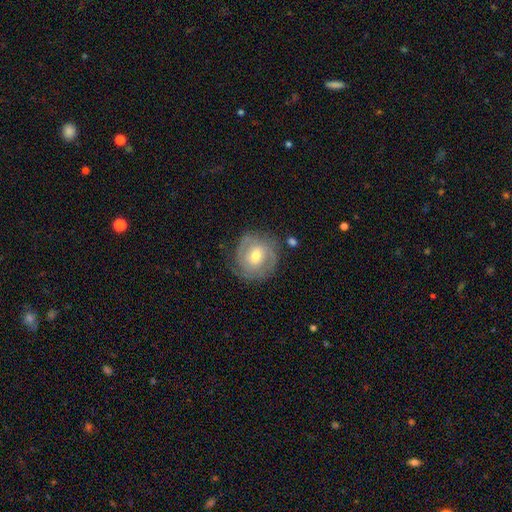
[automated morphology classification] A featured or disk galaxy (71%) with no bar (48%), 2 (42%) tight (62%) spiral arms (87%) and a moderate central bulge (69%). Merging: none (75%).